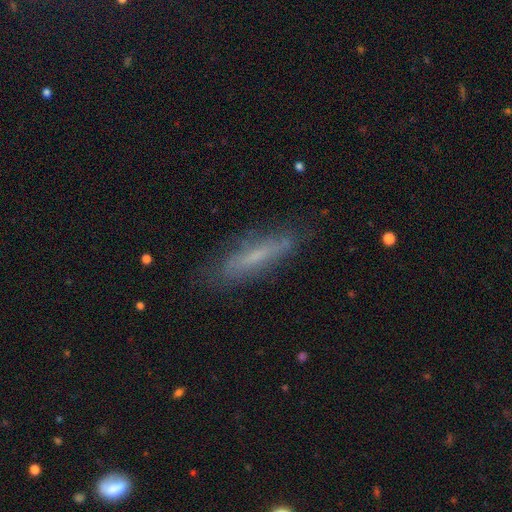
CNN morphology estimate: Smooth or featured? Predicted: smooth (p=0.50). How rounded? Predicted: cigar-shaped (p=0.78). Merging? Predicted: none (p=0.79).